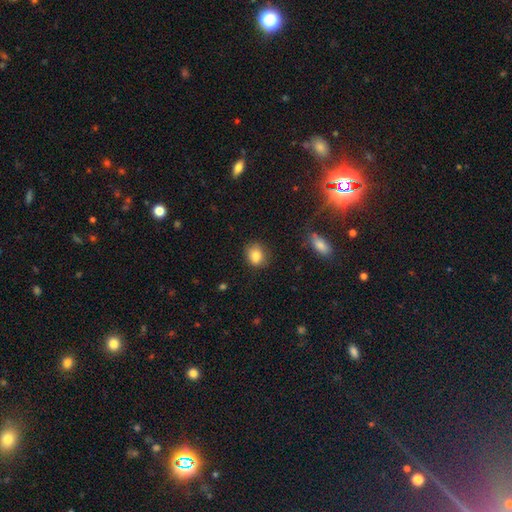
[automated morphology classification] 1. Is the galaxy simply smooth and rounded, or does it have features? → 83% smooth, 10% star or artifact, 8% featured or disk.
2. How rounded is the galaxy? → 60% round, 39% in between, 1% cigar-shaped.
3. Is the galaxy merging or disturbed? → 75% none, 19% minor disturbance, 4% major disturbance, 3% merger.